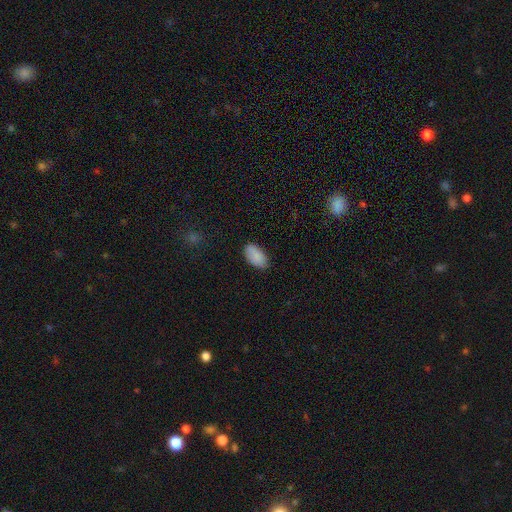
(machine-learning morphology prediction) Smooth or featured? Predicted: smooth (p=0.87). How rounded? Predicted: in between (p=0.94). Merging? Predicted: none (p=0.79).